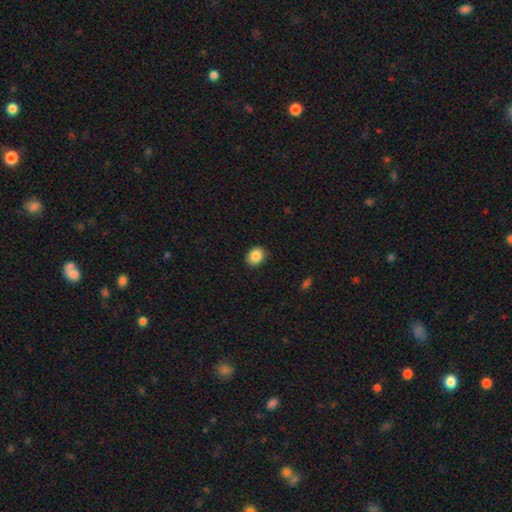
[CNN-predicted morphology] type=smooth (87%); roundness=round (56%); merging=none (86%).